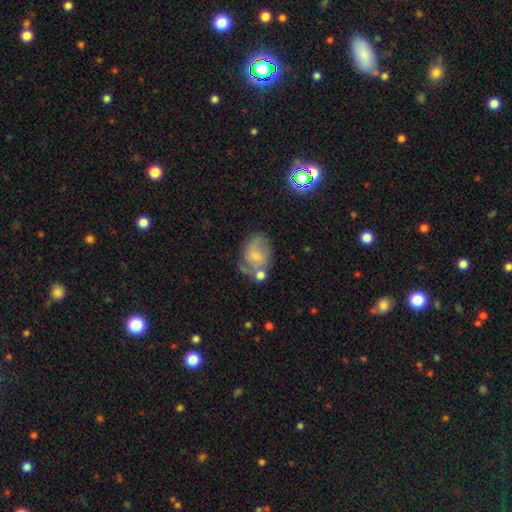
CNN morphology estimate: type=featured or disk (51%); edge-on=no (97%); merging=none (44%).